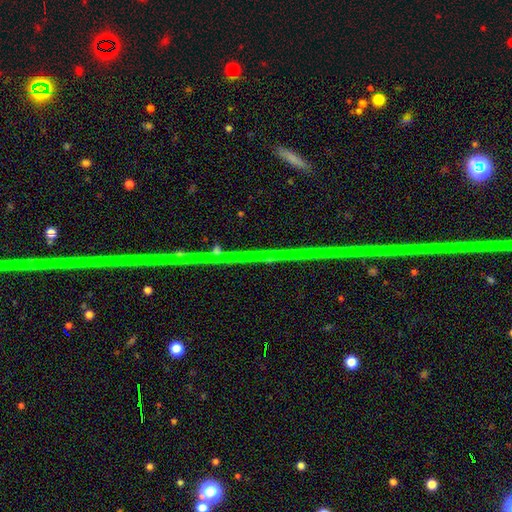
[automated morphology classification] The model was most divided on "smooth or featured": star or artifact: 86%, featured or disk: 8%, smooth: 6%.